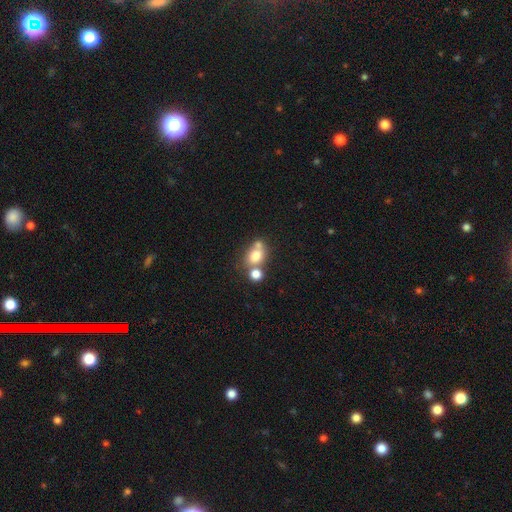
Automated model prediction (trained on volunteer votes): Smooth or featured?
  - smooth: 72% *
  - featured or disk: 15%
  - star or artifact: 12%
How rounded?
  - round: 50% *
  - in between: 49%
  - cigar-shaped: 1%
Merging?
  - merger: 46% *
  - none: 38%
  - minor disturbance: 10%
  - major disturbance: 6%